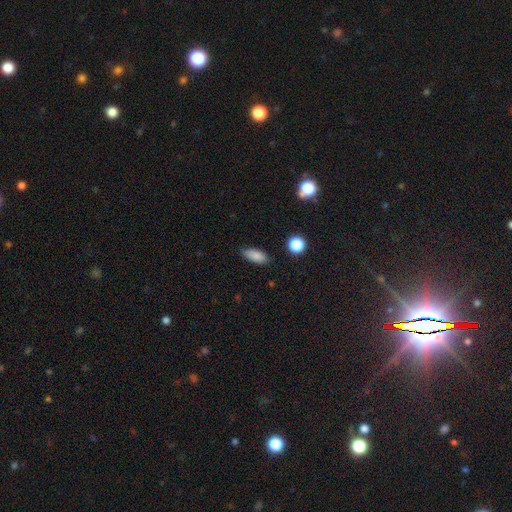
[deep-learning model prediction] This is clearly a smooth galaxy (84%). How rounded: clearly in between (81%). Merging: clearly none (82%).